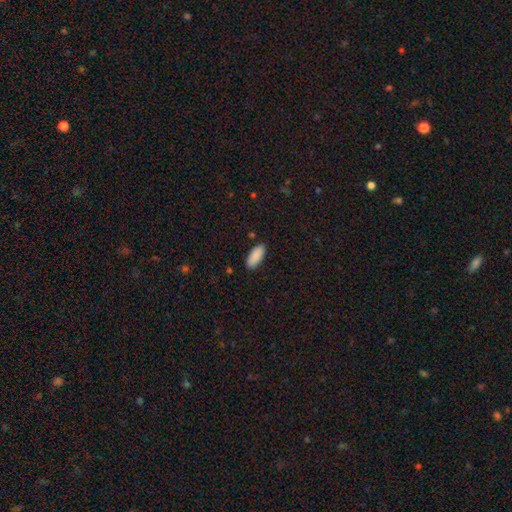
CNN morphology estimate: smooth_or_featured: smooth (p=0.90) [alt: star or artifact p=0.06]
how_rounded: in between (p=0.83) [alt: cigar-shaped p=0.15]
merging: none (p=0.88) [alt: minor disturbance p=0.09]